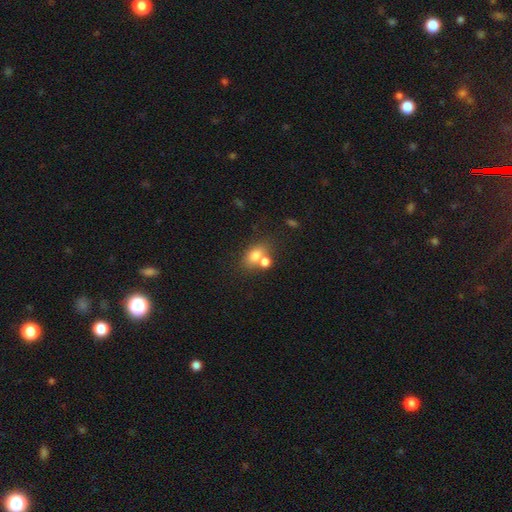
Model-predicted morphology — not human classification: A smooth galaxy with no disk features (75%) that is in between round and cigar-shaped (70%). Merging: none (44%).